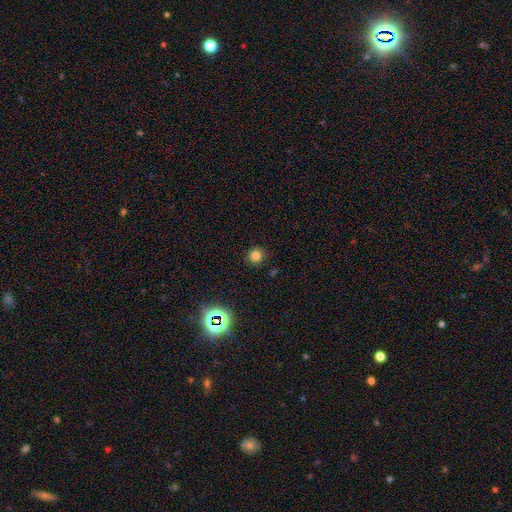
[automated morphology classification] smooth 79%, star or artifact 16%, featured or disk 6%. Down the decision tree: how rounded — round (92%); merging — none (90%).